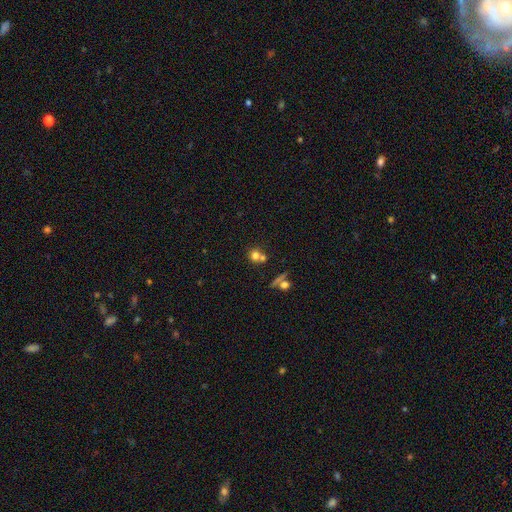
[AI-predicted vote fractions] This is likely a smooth galaxy (71%). How rounded: clearly round (85%). Merging: possibly none (50%).